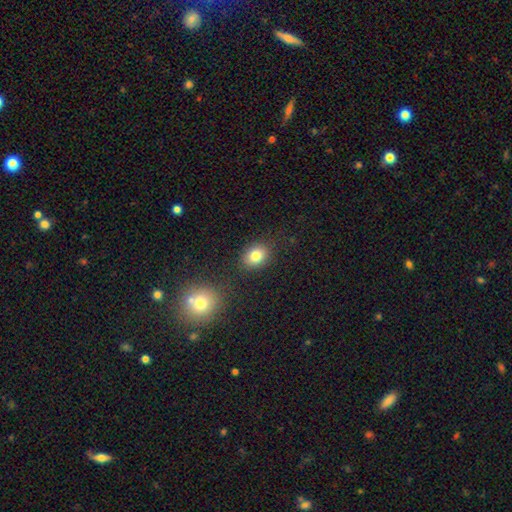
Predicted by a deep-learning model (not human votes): A smooth galaxy with no disk features (81%) that is in between round and cigar-shaped (57%).

Vote fractions:
- Smooth or featured? smooth: 81% / star or artifact: 11% / featured or disk: 8%
- How rounded? in between: 57% / round: 42% / cigar-shaped: 1%
- Merging? none: 84% / minor disturbance: 10% / merger: 3% / major disturbance: 3%